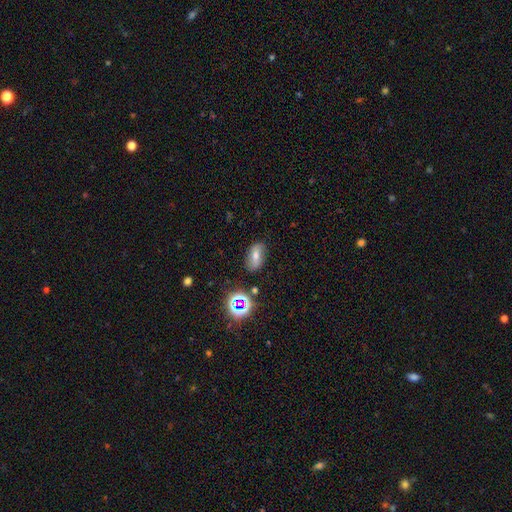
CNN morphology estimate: Smooth or featured: smooth — 47% (featured or disk — 31%)
Merging: none — 82% (minor disturbance — 12%)